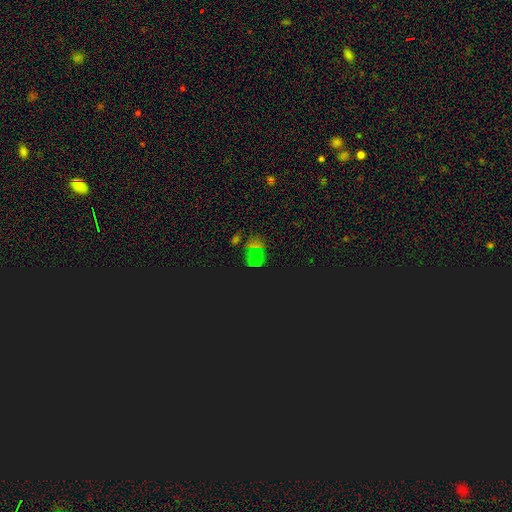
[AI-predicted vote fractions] Smooth or featured: star or artifact — 63% (smooth — 28%)